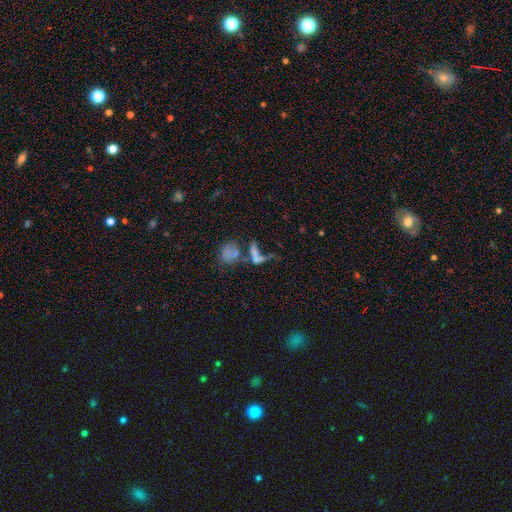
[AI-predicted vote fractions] This is possibly a smooth galaxy (50%). Merging: possibly merger (50%).